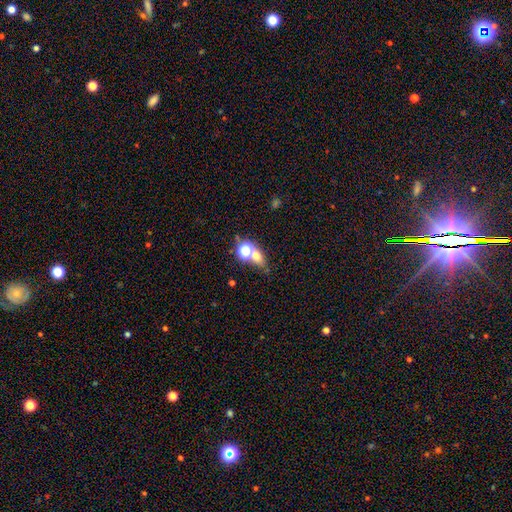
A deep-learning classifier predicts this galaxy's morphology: Q: Smooth or featured?
A: smooth (58%); runner-up: star or artifact (29%)
Q: How rounded?
A: round (57%); runner-up: in between (40%)
Q: Merging?
A: none (51%); runner-up: merger (35%)